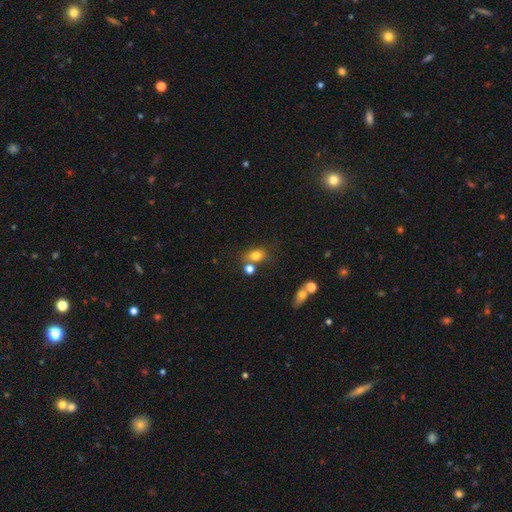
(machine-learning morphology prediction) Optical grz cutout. It shows a smooth galaxy with no disk features (78%) that is in between round and cigar-shaped (67%). Merging: none (58%).